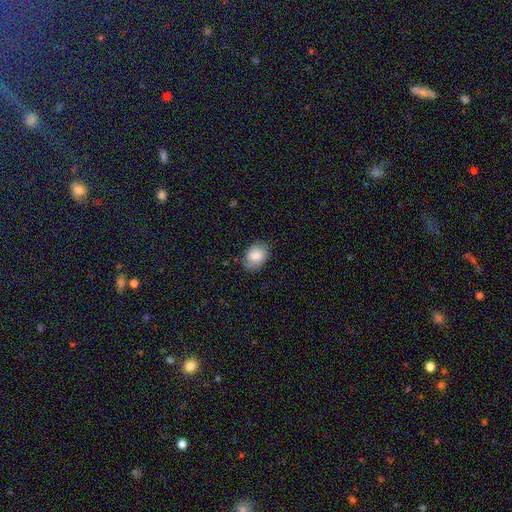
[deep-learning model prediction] Smooth or featured?
  - smooth: 84% *
  - featured or disk: 9%
  - star or artifact: 7%
How rounded?
  - in between: 74% *
  - round: 24%
  - cigar-shaped: 1%
Merging?
  - none: 77% *
  - minor disturbance: 18%
  - major disturbance: 4%
  - merger: 1%